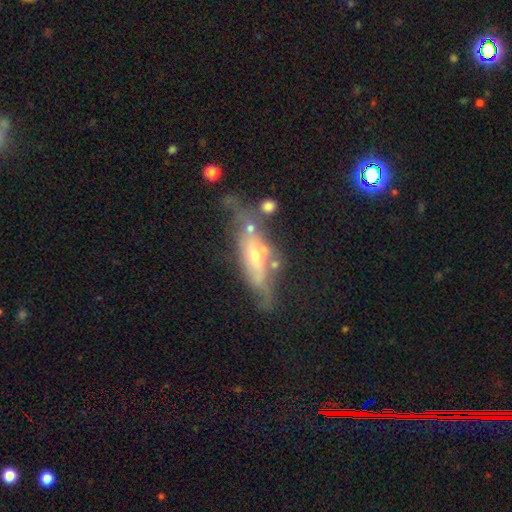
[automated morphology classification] A featured or disk galaxy (65%) viewed edge-on (52%). Merging: none (43%).